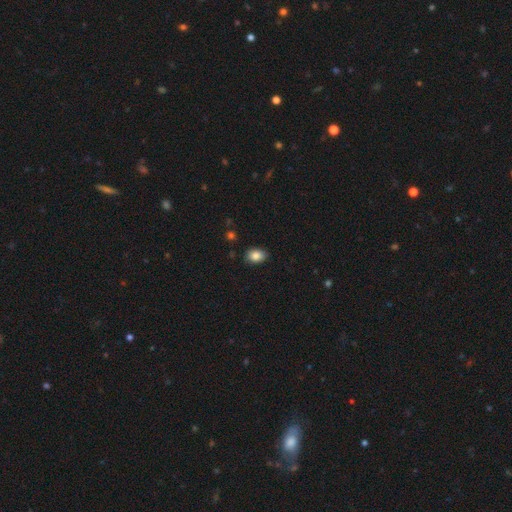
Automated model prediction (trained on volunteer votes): Smooth or featured?
  - smooth: 86% *
  - star or artifact: 8%
  - featured or disk: 6%
How rounded?
  - in between: 81% *
  - round: 18%
  - cigar-shaped: 1%
Merging?
  - none: 85% *
  - minor disturbance: 12%
  - major disturbance: 2%
  - merger: 1%